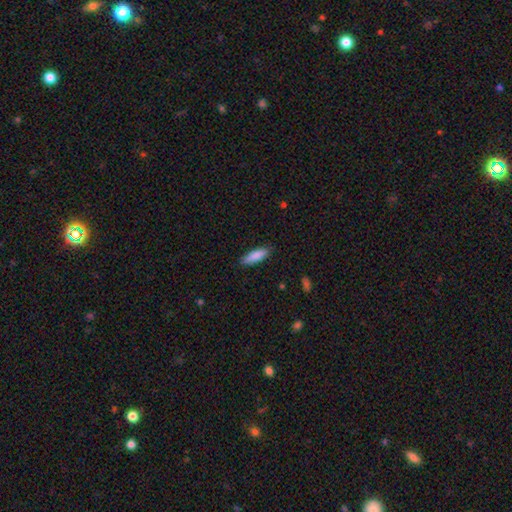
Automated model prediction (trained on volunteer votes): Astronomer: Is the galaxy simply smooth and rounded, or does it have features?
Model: smooth — 86%.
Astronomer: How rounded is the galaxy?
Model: cigar-shaped — 54% (runner-up: in between, 44%).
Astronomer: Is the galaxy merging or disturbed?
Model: none — 86%.